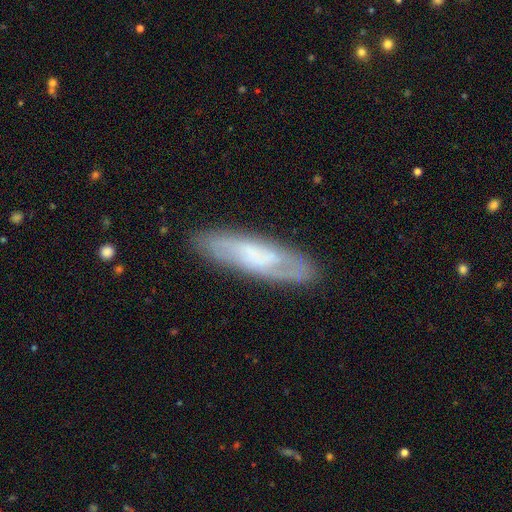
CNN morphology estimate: This is possibly a featured or disk galaxy (58%). It is likely not viewed edge-on (72%). Merging: clearly none (80%).